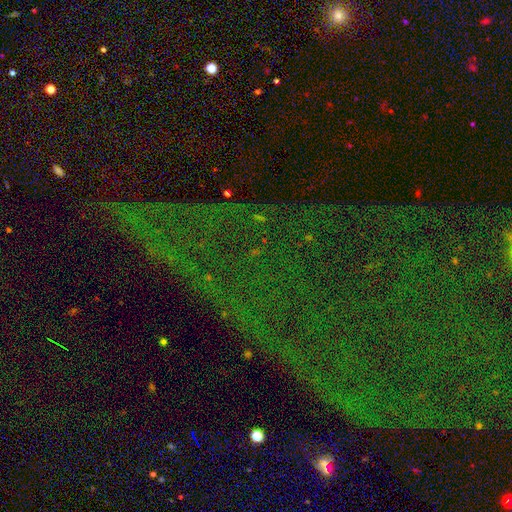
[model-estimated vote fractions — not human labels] The model was most divided on "smooth or featured": star or artifact: 82%, featured or disk: 9%, smooth: 8%.